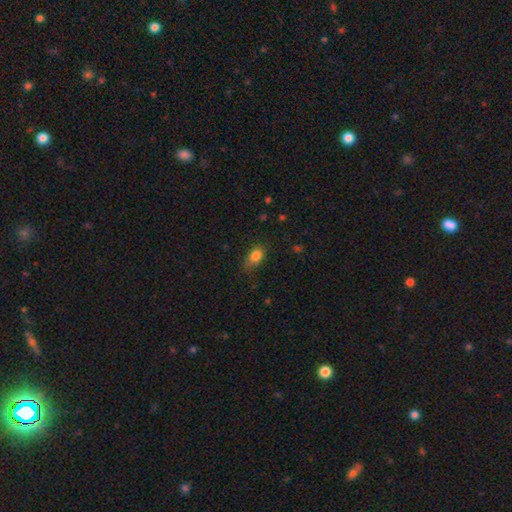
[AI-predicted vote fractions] Smooth or featured? Predicted: smooth (p=0.83). How rounded? Predicted: in between (p=0.80). Merging? Predicted: none (p=0.62).